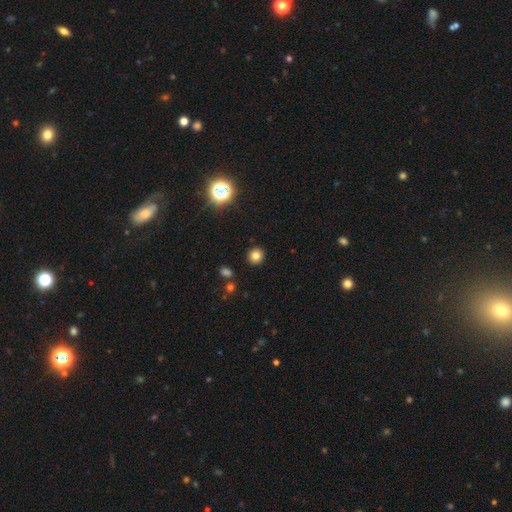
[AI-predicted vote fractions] Smooth or featured? Predicted: smooth (p=0.80). How rounded? Predicted: round (p=0.90). Merging? Predicted: none (p=0.91).